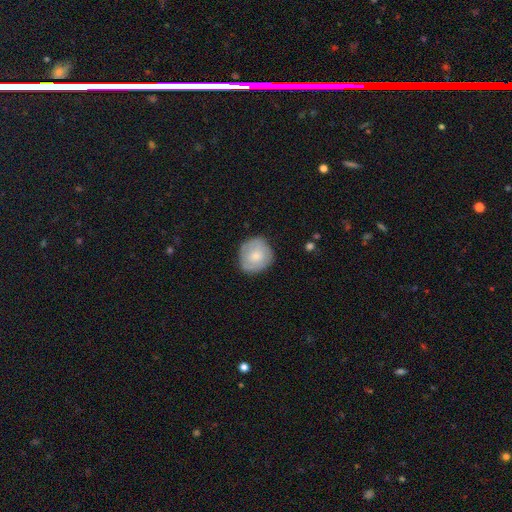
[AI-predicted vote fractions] Q: Smooth or featured?
A: smooth (65%); runner-up: featured or disk (29%)
Q: How rounded?
A: round (84%); runner-up: in between (15%)
Q: Merging?
A: none (79%); runner-up: minor disturbance (16%)